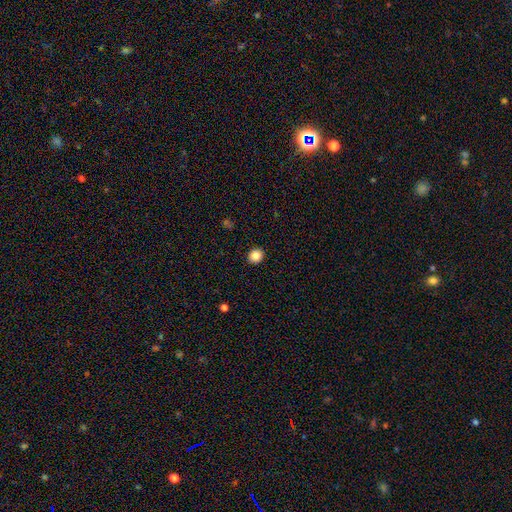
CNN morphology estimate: This is clearly a smooth galaxy (85%). How rounded: likely round (72%). Merging: clearly none (92%).